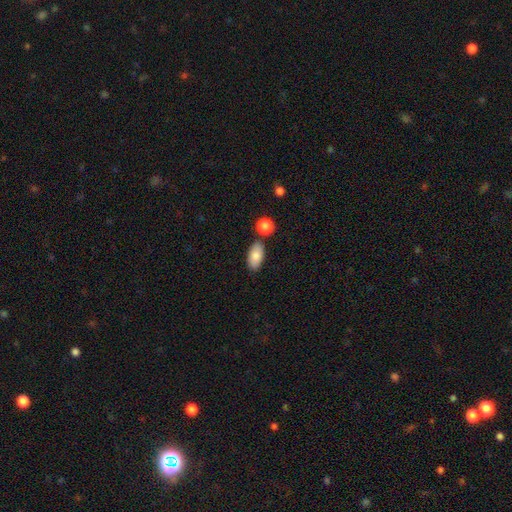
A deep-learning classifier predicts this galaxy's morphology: This is clearly a smooth galaxy (83%). How rounded: clearly in between (92%). Merging: likely none (79%).